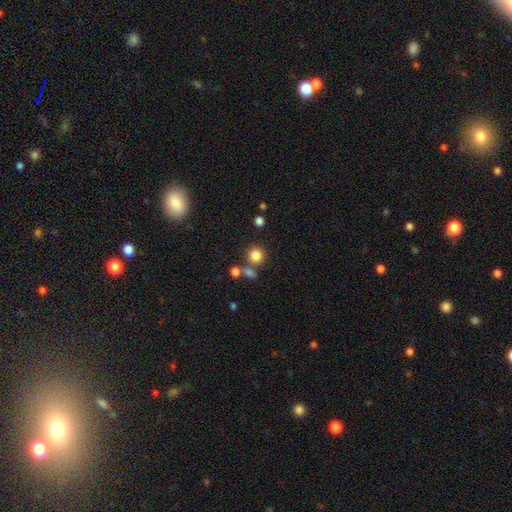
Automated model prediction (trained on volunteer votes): smooth_or_featured: smooth (p=0.82) [alt: star or artifact p=0.12]
how_rounded: round (p=0.88) [alt: in between p=0.11]
merging: none (p=0.71) [alt: merger p=0.16]